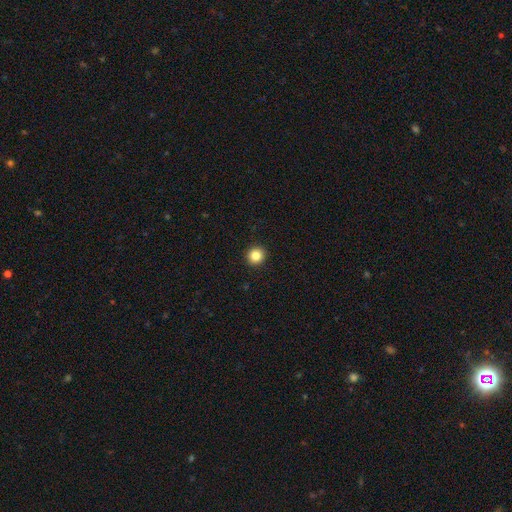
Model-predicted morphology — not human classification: The model was most divided on "smooth or featured": smooth: 85%, star or artifact: 11%, featured or disk: 5%. More confident: merging — none (94%); how rounded — round (93%).